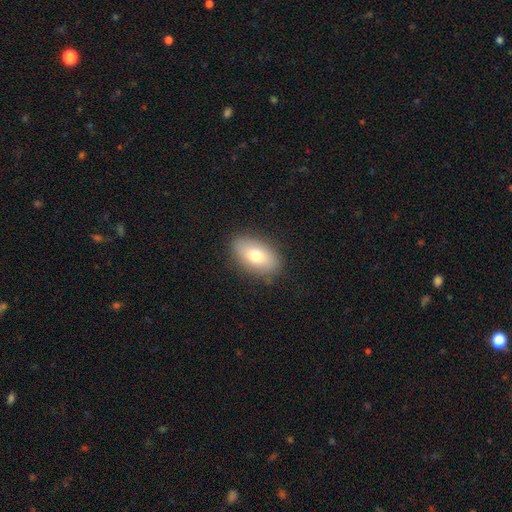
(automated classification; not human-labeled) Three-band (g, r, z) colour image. It shows a smooth galaxy with no disk features (74%) that is in between round and cigar-shaped (91%). Merging: none (86%).